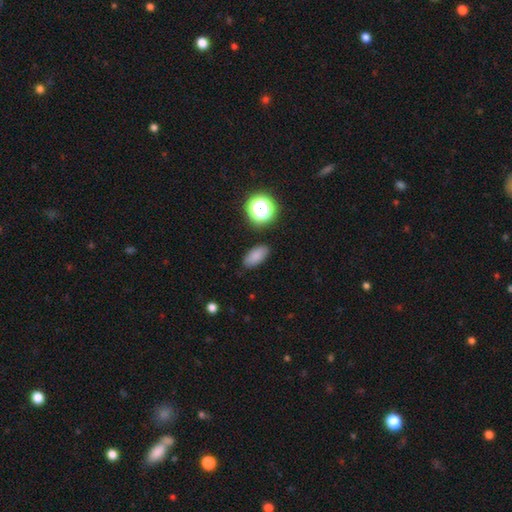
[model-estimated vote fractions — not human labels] This is clearly a smooth galaxy (81%). How rounded: clearly in between (86%). Merging: clearly none (86%).